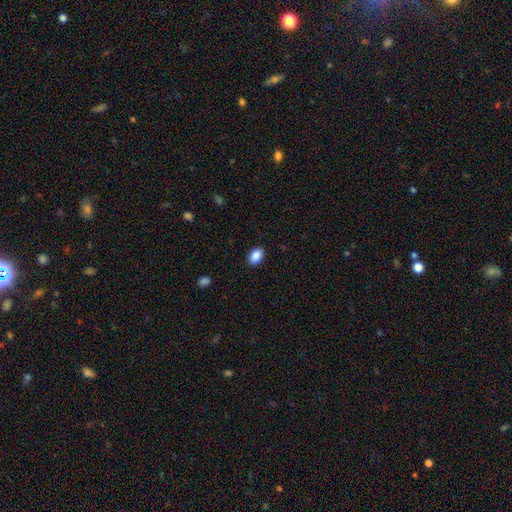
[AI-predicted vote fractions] Morphology: type=smooth (89%); roundness=in between (83%); merging=none (90%).